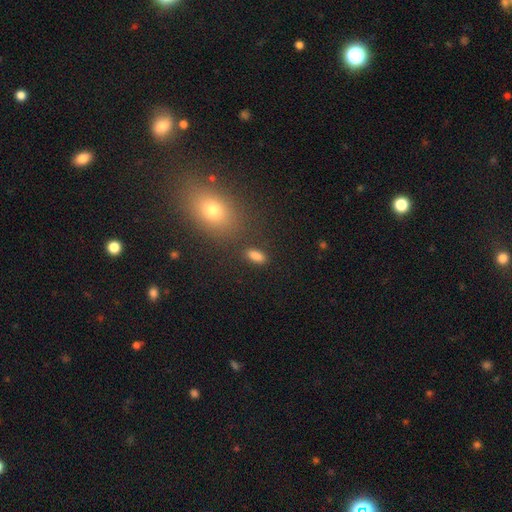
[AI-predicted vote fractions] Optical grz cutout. It shows a smooth galaxy with no disk features (85%) that is in between round and cigar-shaped (84%). Merging: none (81%).